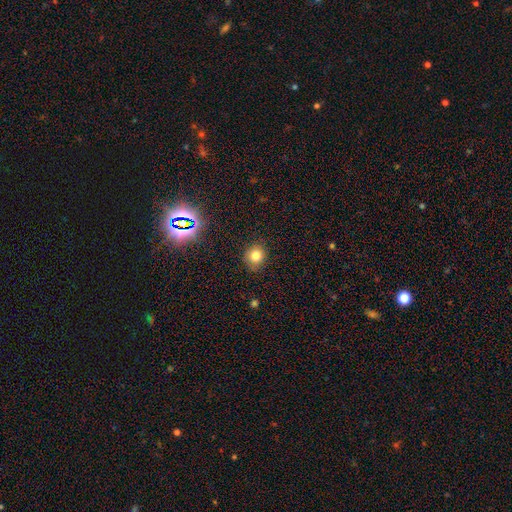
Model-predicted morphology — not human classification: This is likely a smooth galaxy (78%). How rounded: likely round (79%). Merging: clearly none (85%).